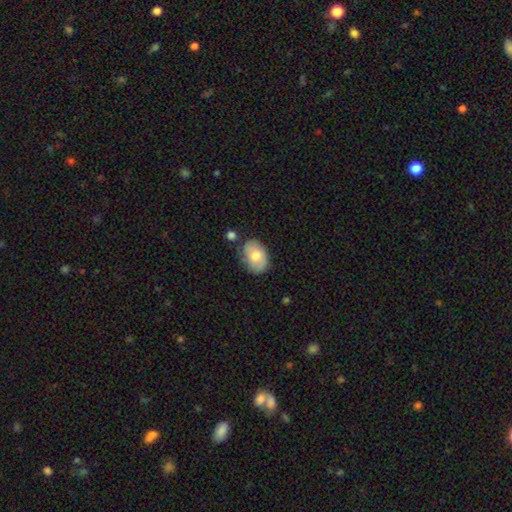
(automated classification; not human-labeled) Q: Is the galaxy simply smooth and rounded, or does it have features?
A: smooth — 62%.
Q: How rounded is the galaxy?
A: in between — 77%.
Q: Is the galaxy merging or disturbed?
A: none — 64%.